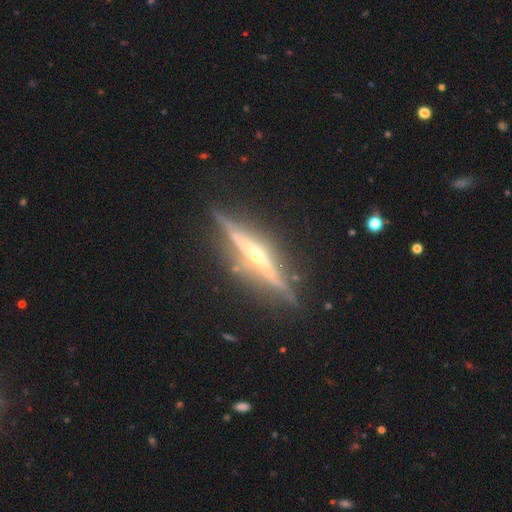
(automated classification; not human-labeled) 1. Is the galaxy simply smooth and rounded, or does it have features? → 87% featured or disk, 8% smooth, 6% star or artifact.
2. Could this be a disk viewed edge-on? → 97% yes, 3% no.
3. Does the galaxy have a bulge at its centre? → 79% rounded, 15% none, 5% boxy.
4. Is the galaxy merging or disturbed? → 85% none, 10% minor disturbance, 2% major disturbance, 2% merger.